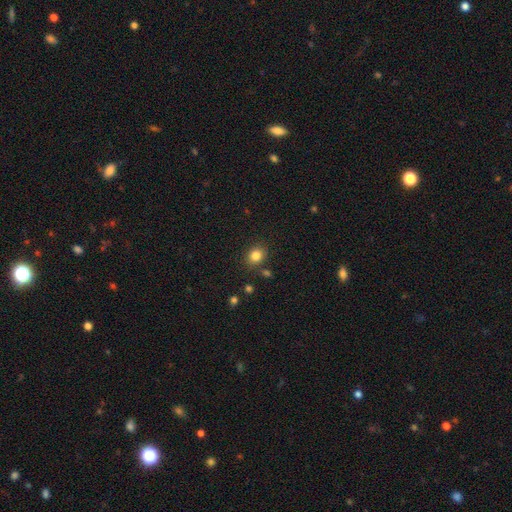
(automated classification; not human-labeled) Morphology: type=smooth (83%); roundness=round (59%); merging=none (82%).